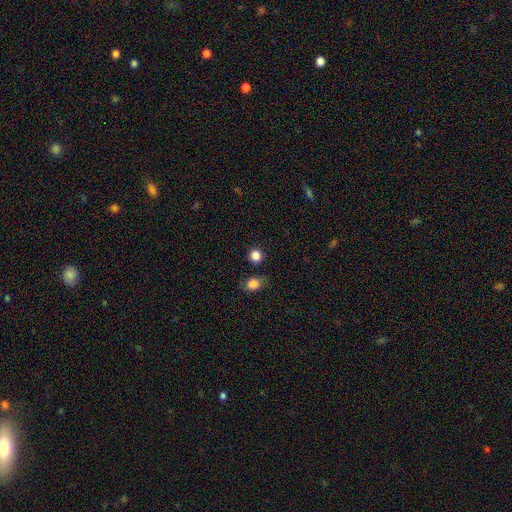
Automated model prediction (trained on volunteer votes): Overall: smooth (85%). How rounded: round (90%). Merging: none (84%).